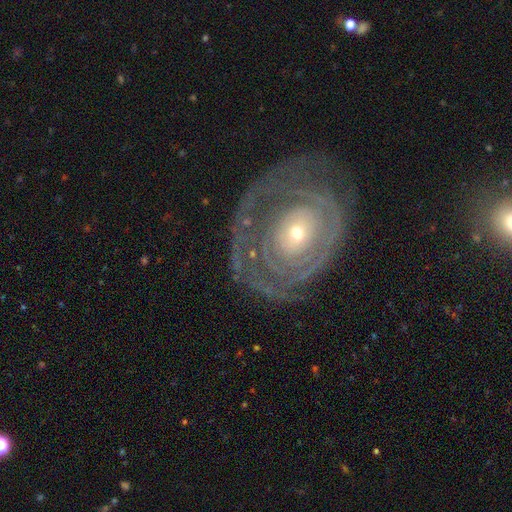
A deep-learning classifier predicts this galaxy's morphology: This appears to be a featured or disk galaxy (76%) with no bar (81%), spiral arms (61%) and a small central bulge (64%). Merging: none (64%).